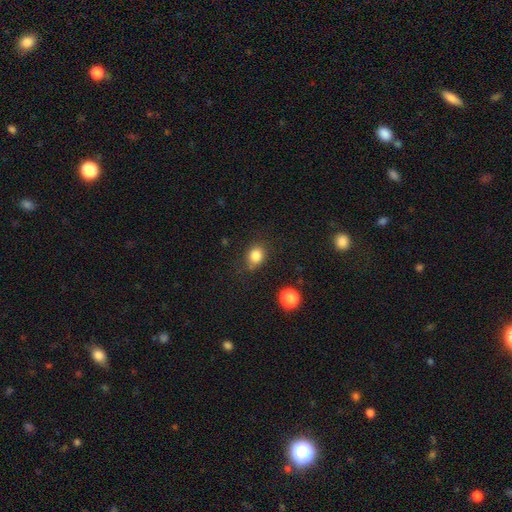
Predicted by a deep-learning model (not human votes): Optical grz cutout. It shows a smooth galaxy with no disk features (83%) that is round (61%). Merging: none (72%).